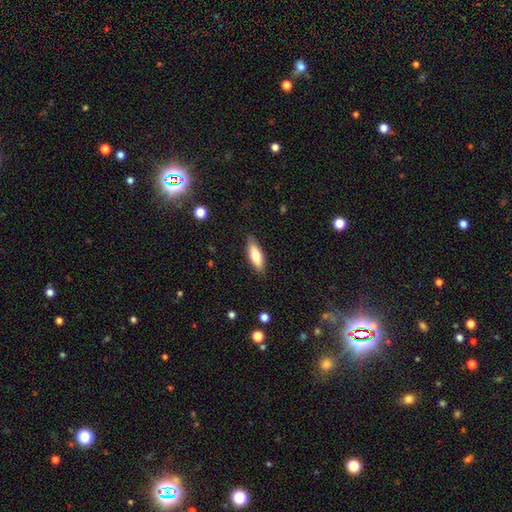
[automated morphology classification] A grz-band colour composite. It shows a smooth galaxy with no disk features (71%) that is in between round and cigar-shaped (55%). Merging: none (85%).